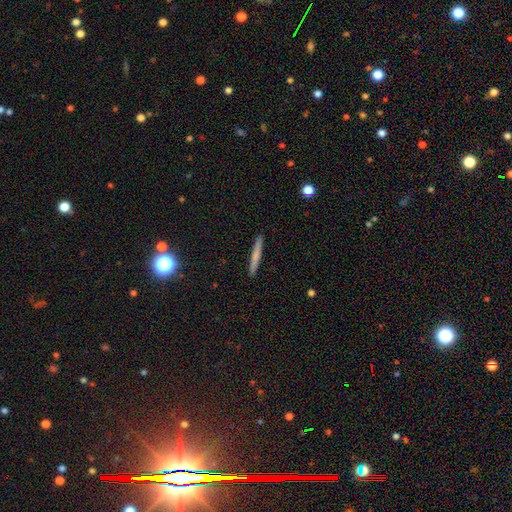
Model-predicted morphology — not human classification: The model was most divided on "smooth or featured": smooth: 65%, featured or disk: 28%, star or artifact: 7%. More confident: how rounded — cigar-shaped (96%); merging — none (92%).